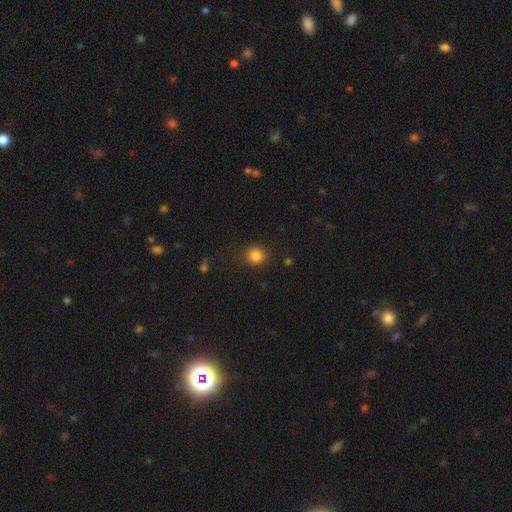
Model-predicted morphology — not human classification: smooth 84%, star or artifact 12%, featured or disk 4%. Down the decision tree: how rounded — round (88%); merging — none (88%).